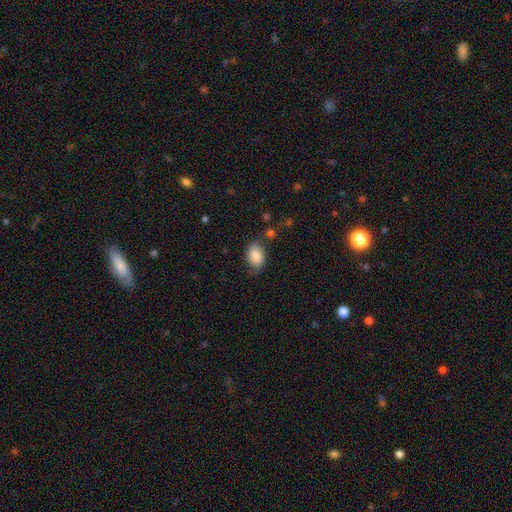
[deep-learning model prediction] Smooth or featured? Predicted: smooth (p=0.83). How rounded? Predicted: in between (p=0.85). Merging? Predicted: none (p=0.68).